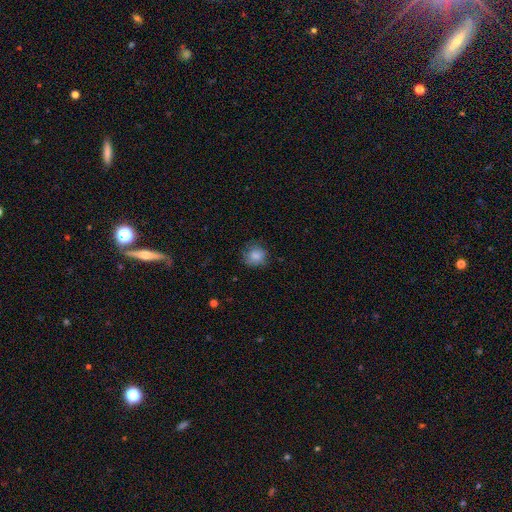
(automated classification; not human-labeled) Q: Smooth or featured?
A: smooth (81%); runner-up: featured or disk (10%)
Q: How rounded?
A: round (81%); runner-up: in between (18%)
Q: Merging?
A: none (72%); runner-up: minor disturbance (20%)